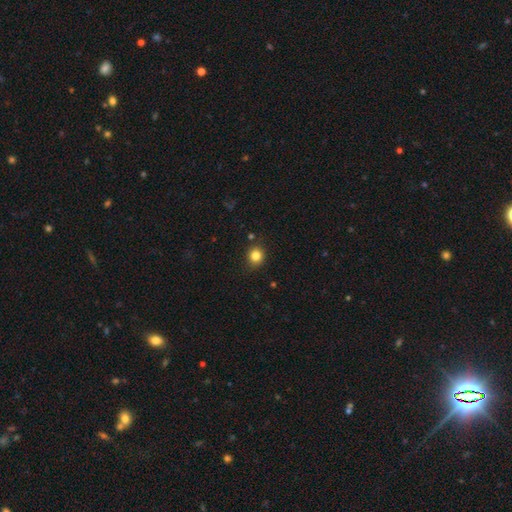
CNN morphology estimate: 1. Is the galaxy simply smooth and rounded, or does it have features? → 83% smooth, 12% star or artifact, 5% featured or disk.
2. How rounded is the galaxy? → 85% round, 15% in between, 1% cigar-shaped.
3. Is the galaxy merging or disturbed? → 86% none, 9% minor disturbance, 2% major disturbance, 2% merger.